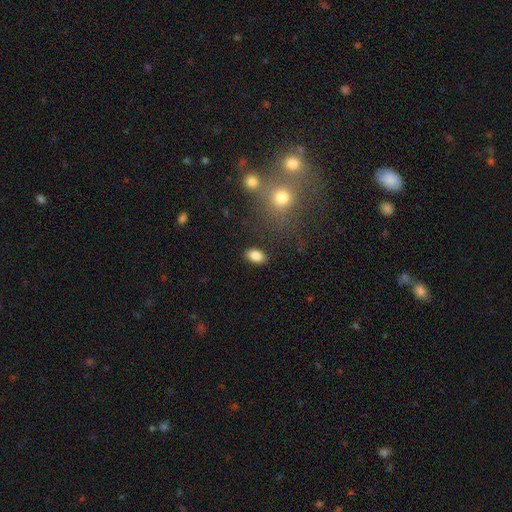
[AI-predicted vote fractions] smooth 84%, star or artifact 9%, featured or disk 7%. Down the decision tree: how rounded — in between (90%); merging — none (87%).